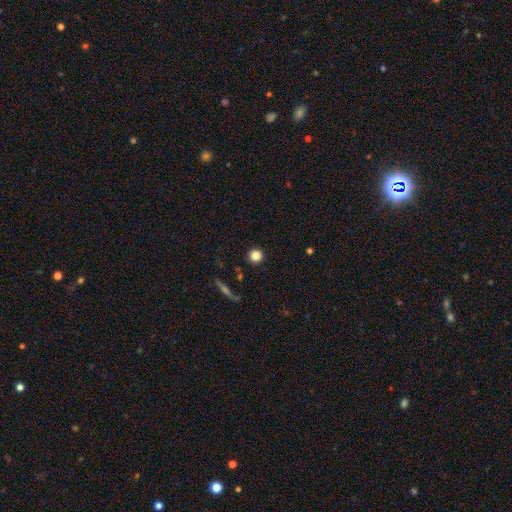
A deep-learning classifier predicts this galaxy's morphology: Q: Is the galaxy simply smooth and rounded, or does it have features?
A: smooth — 84%.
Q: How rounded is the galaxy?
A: round — 94%.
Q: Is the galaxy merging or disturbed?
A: none — 91%.